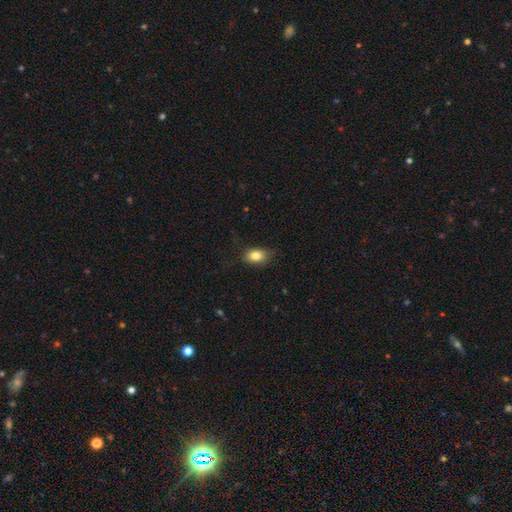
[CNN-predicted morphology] A smooth galaxy with no disk features (81%) that is in between round and cigar-shaped (81%). Merging: none (76%).